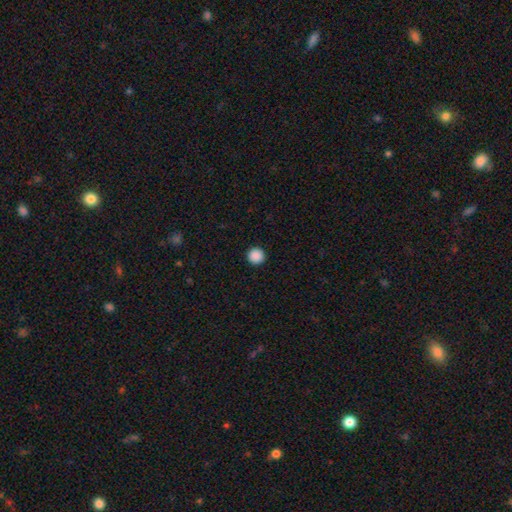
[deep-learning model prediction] Smooth or featured? smooth (89%)
How rounded? round (96%)
Merging? none (94%)